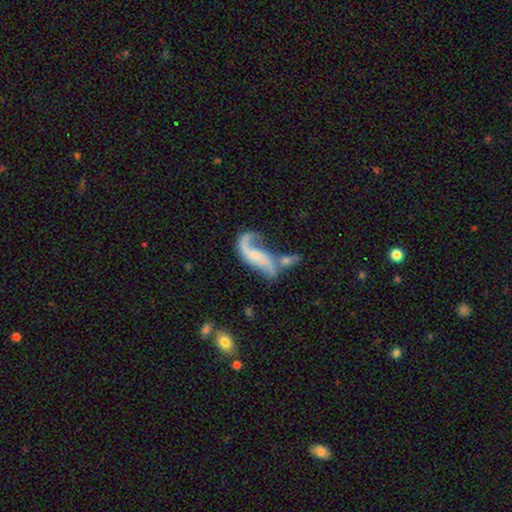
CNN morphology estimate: A featured or disk galaxy (76%) with no bar (56%), 2 (72%) loose (80%) spiral arms (85%) and a small central bulge (48%). Merging: merger (39%).